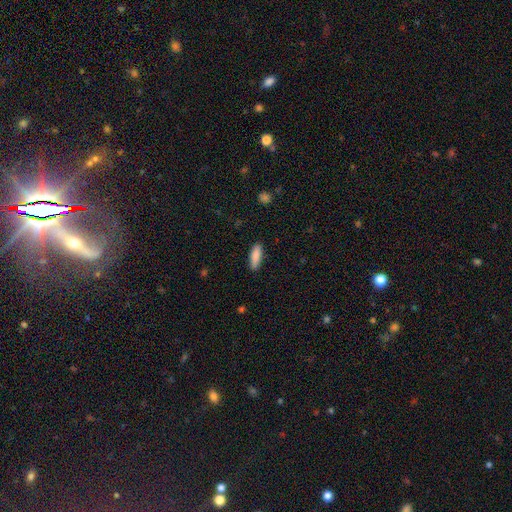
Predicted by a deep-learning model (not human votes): Morphology: type=smooth (88%); roundness=in between (51%); merging=none (87%).